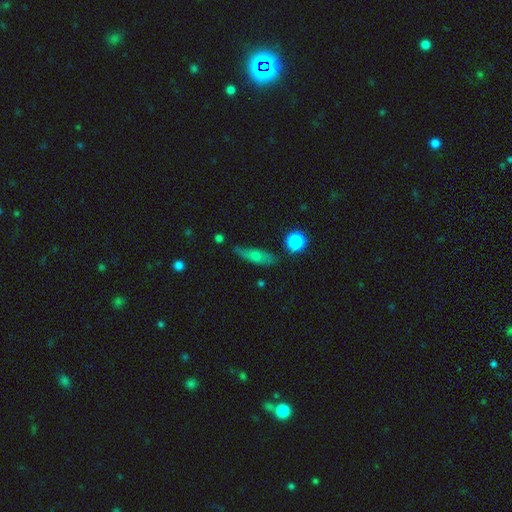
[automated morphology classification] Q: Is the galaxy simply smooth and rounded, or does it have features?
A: smooth — 59%.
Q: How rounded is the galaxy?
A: cigar-shaped — 49%.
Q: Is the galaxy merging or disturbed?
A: none — 71%.